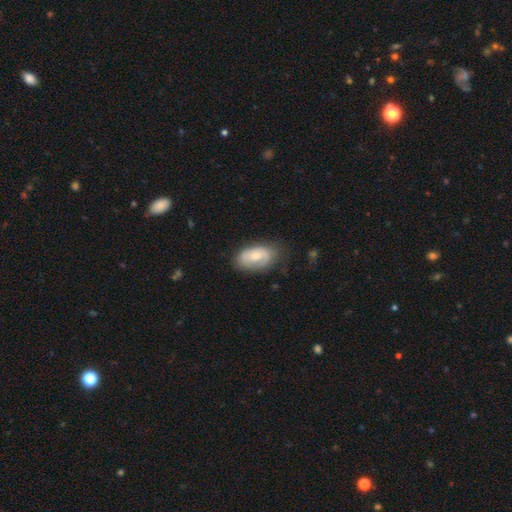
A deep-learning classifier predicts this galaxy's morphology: type=smooth (55%); roundness=in between (91%); merging=none (64%).